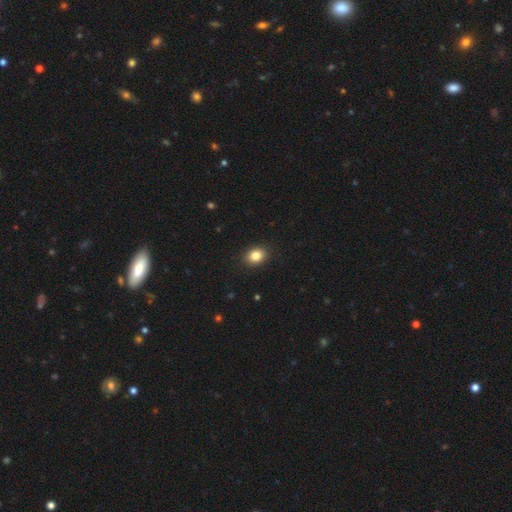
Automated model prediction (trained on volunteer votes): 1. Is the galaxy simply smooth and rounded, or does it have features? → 84% smooth, 10% star or artifact, 6% featured or disk.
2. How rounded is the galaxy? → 55% in between, 44% round, 1% cigar-shaped.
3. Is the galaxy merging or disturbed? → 90% none, 7% minor disturbance, 2% major disturbance, 1% merger.